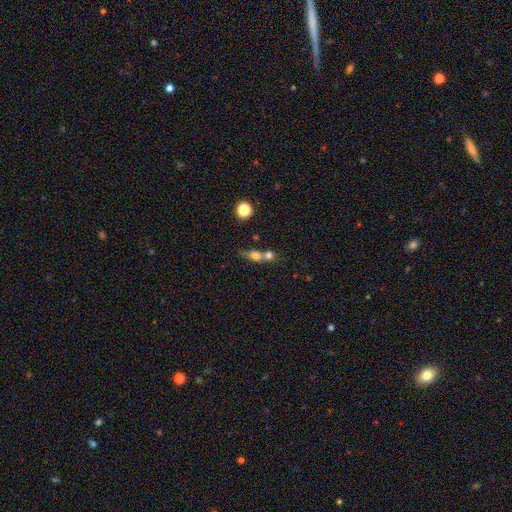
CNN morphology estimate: Q: Smooth or featured?
A: smooth (69%); runner-up: featured or disk (19%)
Q: How rounded?
A: in between (45%); runner-up: round (43%)
Q: Merging?
A: merger (59%); runner-up: none (28%)